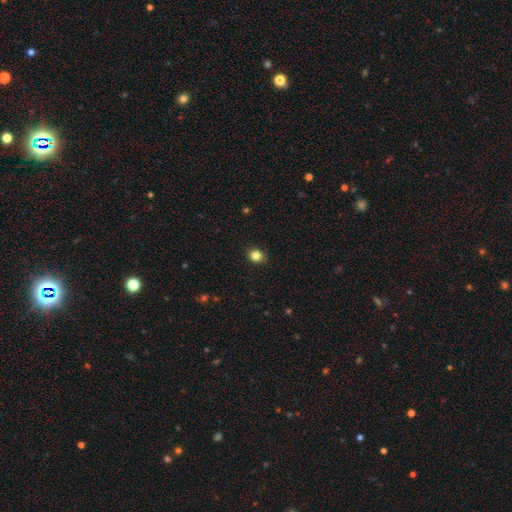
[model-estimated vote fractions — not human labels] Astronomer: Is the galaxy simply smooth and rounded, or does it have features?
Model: smooth — 84%.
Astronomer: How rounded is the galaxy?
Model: round — 66%.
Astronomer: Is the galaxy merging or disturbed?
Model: none — 89%.